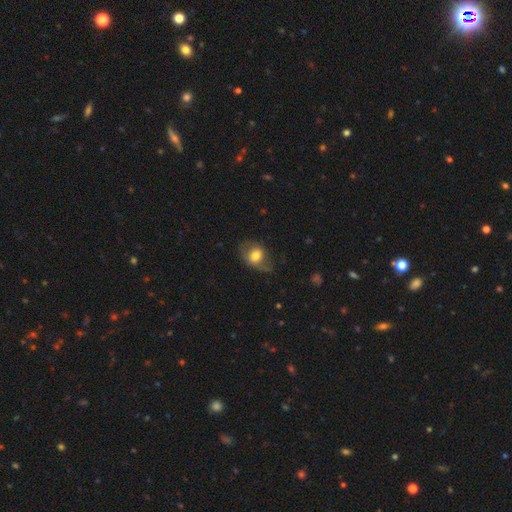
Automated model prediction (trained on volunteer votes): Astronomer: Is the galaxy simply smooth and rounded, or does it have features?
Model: smooth — 65%.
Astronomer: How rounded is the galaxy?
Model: in between — 56% (runner-up: round, 43%).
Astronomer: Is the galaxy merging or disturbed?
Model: none — 49% (runner-up: minor disturbance, 28%).